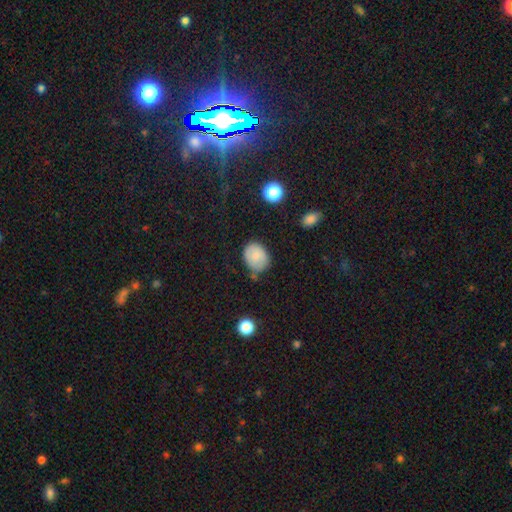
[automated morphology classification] smooth-or-featured: smooth: 80% | featured or disk: 11% | star or artifact: 9%
  how-rounded: in between: 53% | round: 46% | cigar-shaped: 1%
  merging: none: 64% | minor disturbance: 25% | major disturbance: 6% | merger: 5%